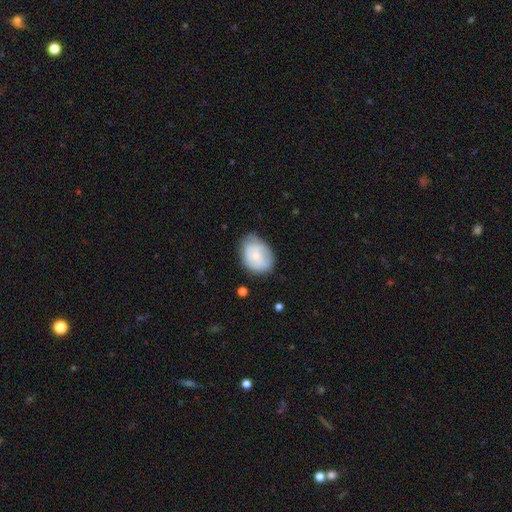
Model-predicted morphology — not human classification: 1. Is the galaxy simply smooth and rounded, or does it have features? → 62% smooth, 31% featured or disk, 7% star or artifact.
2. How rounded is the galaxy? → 66% in between, 33% round, 1% cigar-shaped.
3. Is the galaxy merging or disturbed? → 56% none, 33% minor disturbance, 10% major disturbance, 2% merger.